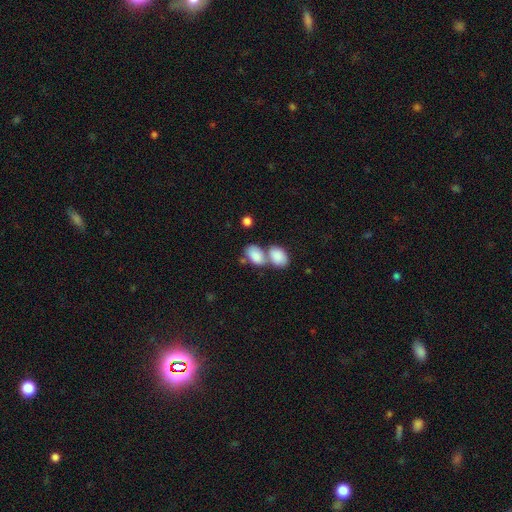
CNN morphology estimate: type=smooth (84%); roundness=in between (90%); merging=merger (64%).